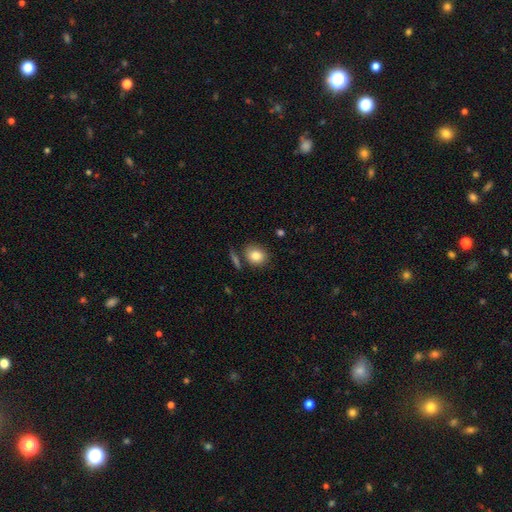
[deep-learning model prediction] A smooth galaxy with no disk features (82%) that is round (61%). Merging: none (75%).